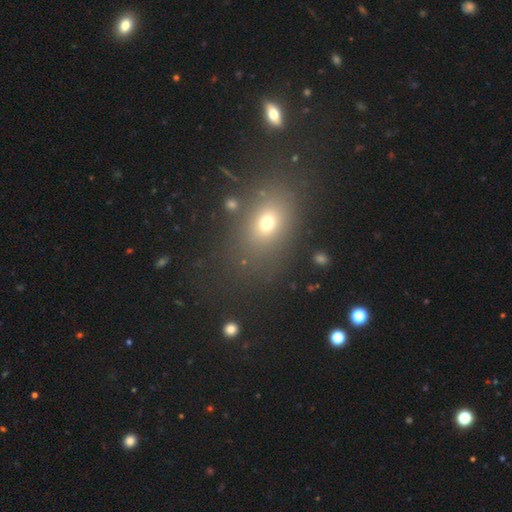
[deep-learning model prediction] This appears to be a smooth galaxy with no disk features (56%) that is in between round and cigar-shaped (63%). Merging: none (82%).